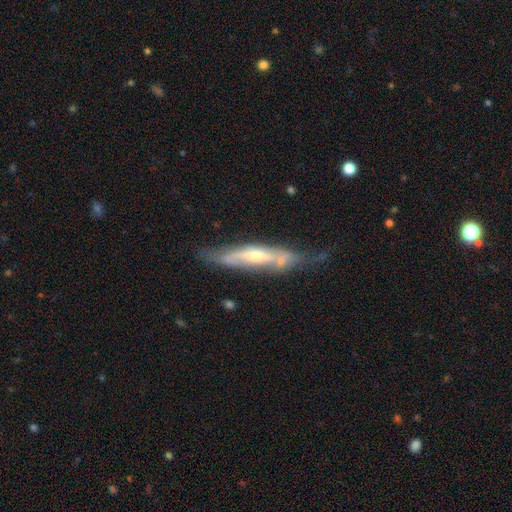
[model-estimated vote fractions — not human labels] Smooth or featured?
  - featured or disk: 71% *
  - smooth: 23%
  - star or artifact: 6%
Edge-on disk?
  - yes: 64% *
  - no: 36%
Merging?
  - none: 52% *
  - minor disturbance: 28%
  - major disturbance: 11%
  - merger: 9%